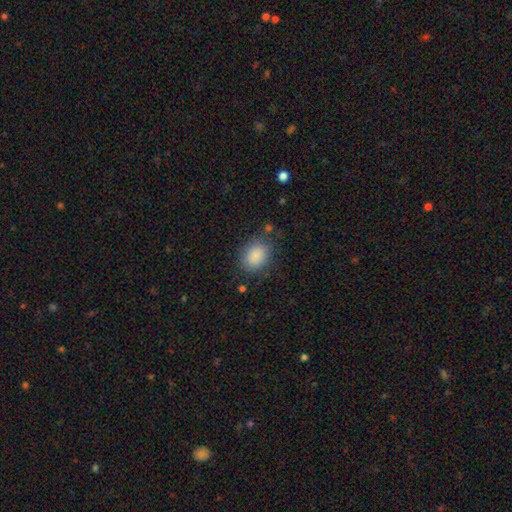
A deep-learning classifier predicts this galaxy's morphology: Smooth or featured? smooth (87%)
How rounded? in between (61%)
Merging? none (79%)